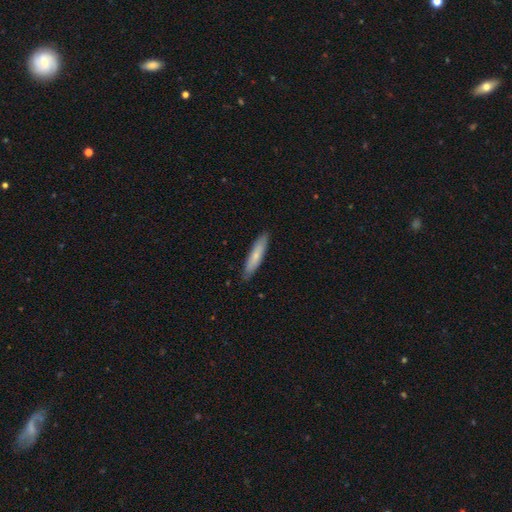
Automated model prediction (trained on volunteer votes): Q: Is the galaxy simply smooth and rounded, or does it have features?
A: smooth — 71%.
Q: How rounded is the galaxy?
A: cigar-shaped — 83%.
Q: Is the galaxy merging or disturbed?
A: none — 87%.